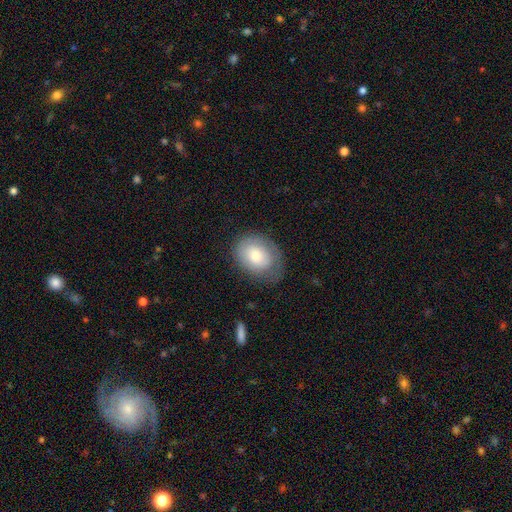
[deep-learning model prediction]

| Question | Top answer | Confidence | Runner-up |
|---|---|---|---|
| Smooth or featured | smooth | 74% | featured or disk (19%) |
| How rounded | in between | 60% | round (39%) |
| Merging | none | 60% | minor disturbance (28%) |